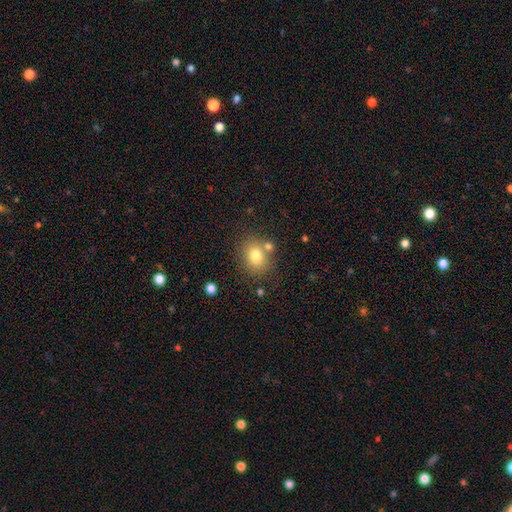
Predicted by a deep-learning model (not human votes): smooth_or_featured: smooth (p=0.77) [alt: featured or disk p=0.12]
how_rounded: round (p=0.57) [alt: in between p=0.42]
merging: none (p=0.70) [alt: merger p=0.13]